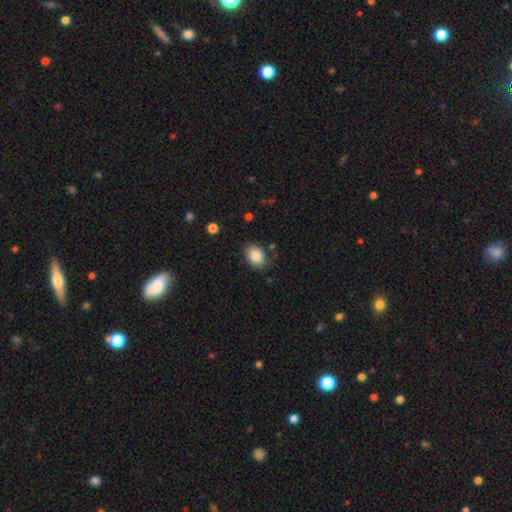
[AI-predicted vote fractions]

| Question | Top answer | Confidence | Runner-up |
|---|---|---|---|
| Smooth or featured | smooth | 86% | star or artifact (8%) |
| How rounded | in between | 67% | round (32%) |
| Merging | none | 81% | minor disturbance (14%) |